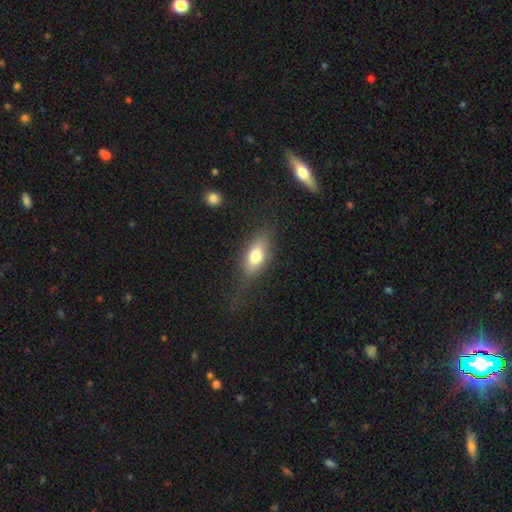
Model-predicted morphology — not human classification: Smooth or featured? Predicted: smooth (p=0.74). How rounded? Predicted: in between (p=0.81). Merging? Predicted: none (p=0.69).